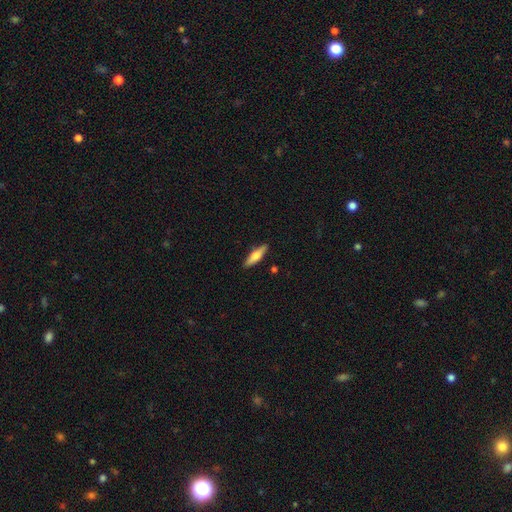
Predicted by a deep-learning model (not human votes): Smooth or featured?
  - smooth: 57% *
  - featured or disk: 37%
  - star or artifact: 6%
How rounded?
  - cigar-shaped: 67% *
  - in between: 31%
  - round: 2%
Merging?
  - none: 88% *
  - minor disturbance: 9%
  - major disturbance: 2%
  - merger: 2%